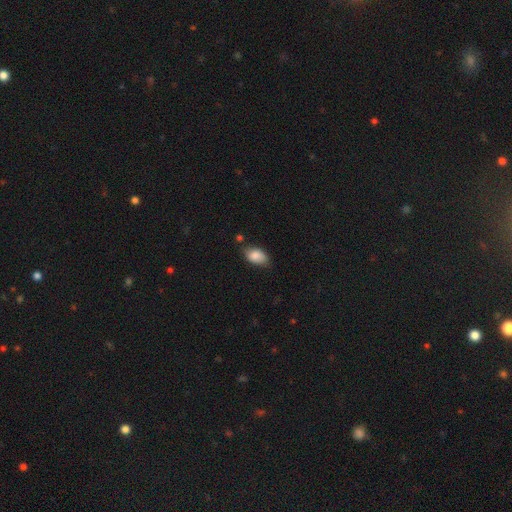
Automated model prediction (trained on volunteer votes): smooth 86%, featured or disk 7%, star or artifact 7%. Down the decision tree: how rounded — in between (92%); merging — none (70%).